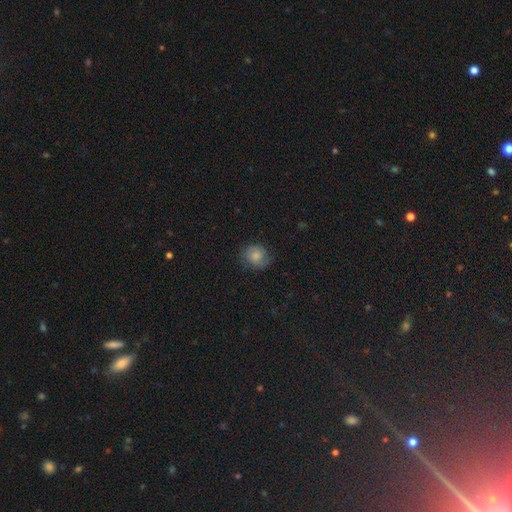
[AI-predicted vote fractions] Smooth or featured? Predicted: smooth (p=0.69). How rounded? Predicted: round (p=0.76). Merging? Predicted: none (p=0.69).